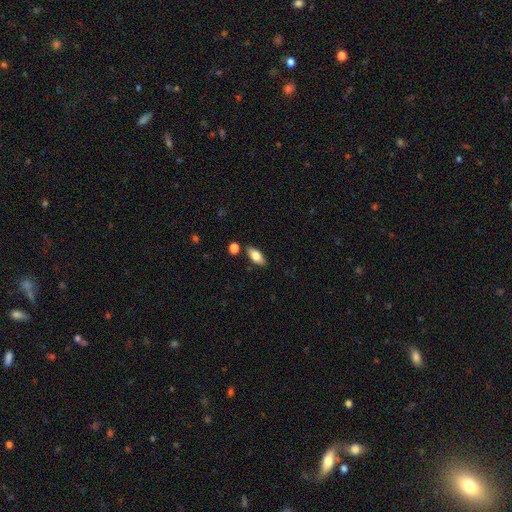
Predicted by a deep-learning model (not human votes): Smooth or featured: smooth — 76% (featured or disk — 17%)
How rounded: in between — 86% (cigar-shaped — 11%)
Merging: none — 82% (minor disturbance — 11%)